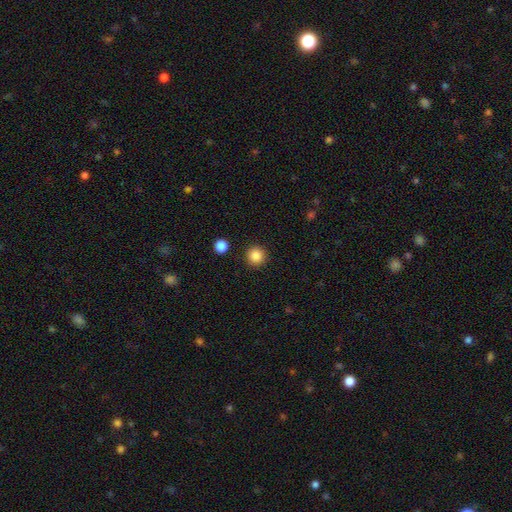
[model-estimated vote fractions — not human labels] Q: Smooth or featured?
A: smooth (86%); runner-up: star or artifact (10%)
Q: How rounded?
A: round (95%); runner-up: in between (4%)
Q: Merging?
A: none (92%); runner-up: minor disturbance (5%)